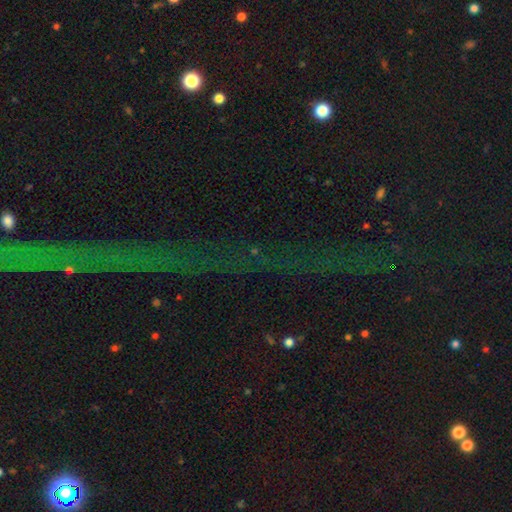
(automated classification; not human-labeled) star or artifact 81%, featured or disk 10%, smooth 9%.